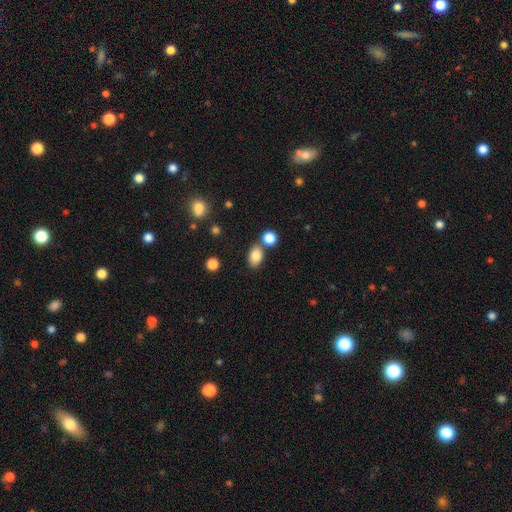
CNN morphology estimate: Q: Smooth or featured?
A: smooth (83%); runner-up: star or artifact (10%)
Q: How rounded?
A: in between (81%); runner-up: round (17%)
Q: Merging?
A: none (69%); runner-up: merger (16%)